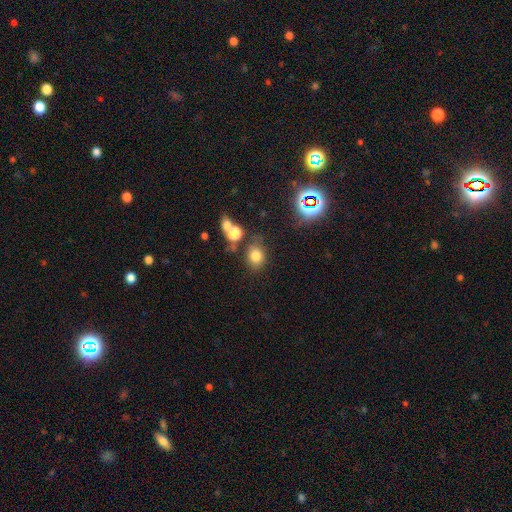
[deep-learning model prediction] Smooth or featured? Predicted: smooth (p=0.75). How rounded? Predicted: round (p=0.55). Merging? Predicted: none (p=0.68).